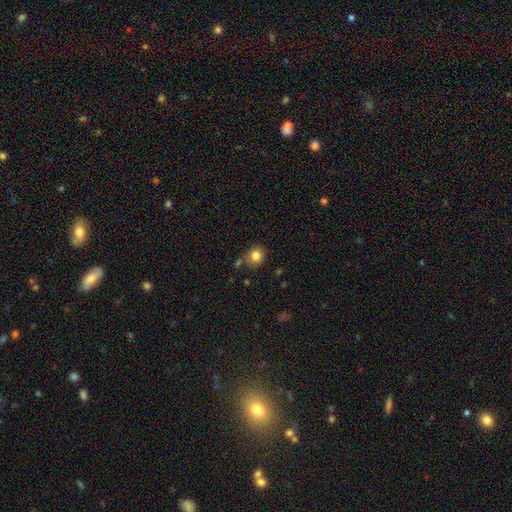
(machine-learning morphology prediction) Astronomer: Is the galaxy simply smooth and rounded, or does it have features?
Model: smooth — 82%.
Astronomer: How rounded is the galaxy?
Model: round — 75%.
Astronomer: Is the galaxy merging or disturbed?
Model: none — 71%.